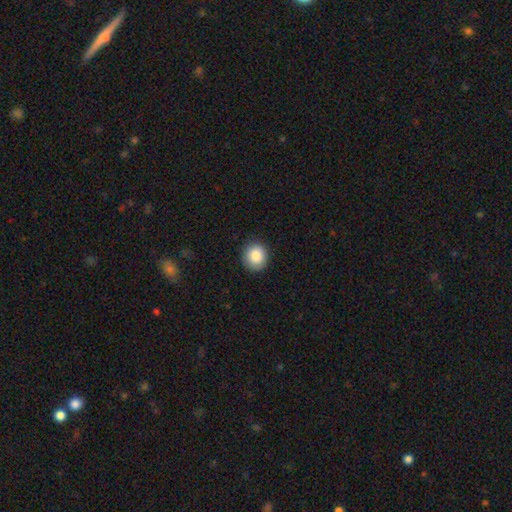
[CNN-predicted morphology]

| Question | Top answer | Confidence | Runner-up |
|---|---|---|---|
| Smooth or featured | smooth | 85% | star or artifact (9%) |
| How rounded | round | 84% | in between (15%) |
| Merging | none | 89% | minor disturbance (8%) |